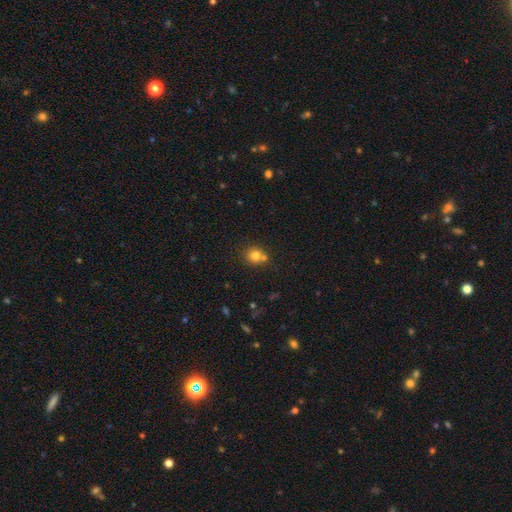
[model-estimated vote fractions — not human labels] Morphology: type=smooth (77%); roundness=round (83%); merging=none (54%).